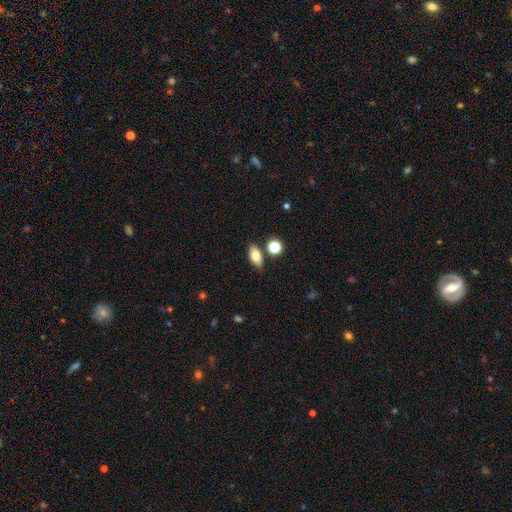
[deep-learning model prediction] smooth 73%, featured or disk 17%, star or artifact 10%. Down the decision tree: how rounded — in between (83%); merging — none (80%).